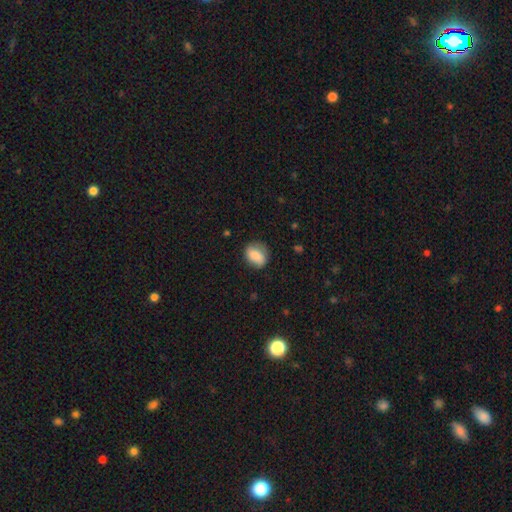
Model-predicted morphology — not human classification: Q: Smooth or featured?
A: smooth (79%); runner-up: featured or disk (13%)
Q: How rounded?
A: in between (56%); runner-up: round (42%)
Q: Merging?
A: none (73%); runner-up: minor disturbance (20%)